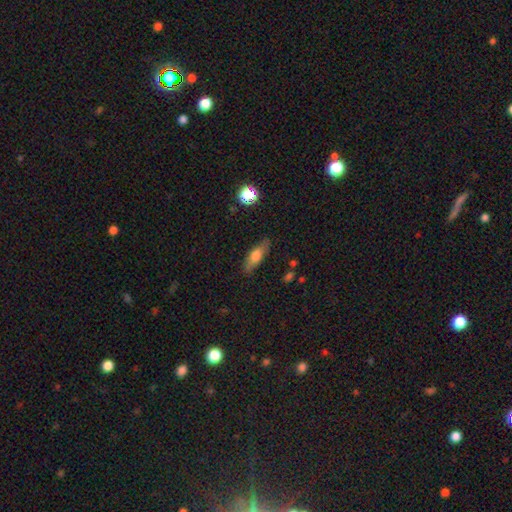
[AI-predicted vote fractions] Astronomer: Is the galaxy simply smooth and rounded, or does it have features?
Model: smooth — 63%.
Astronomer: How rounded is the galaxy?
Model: in between — 52% (runner-up: cigar-shaped, 45%).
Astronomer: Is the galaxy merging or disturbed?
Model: none — 83%.